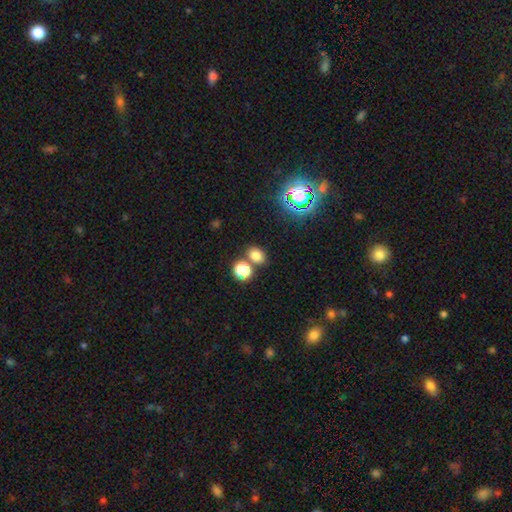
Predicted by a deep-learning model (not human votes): Smooth or featured: smooth — 74% (star or artifact — 19%)
How rounded: in between — 52% (round — 47%)
Merging: none — 70% (merger — 18%)